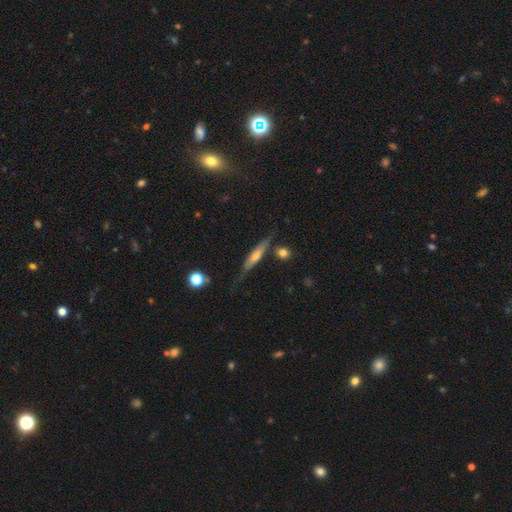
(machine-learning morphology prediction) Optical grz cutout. It shows a featured or disk galaxy (66%) viewed edge-on (94%) with a rounded central bulge (76%). Merging: none (75%).